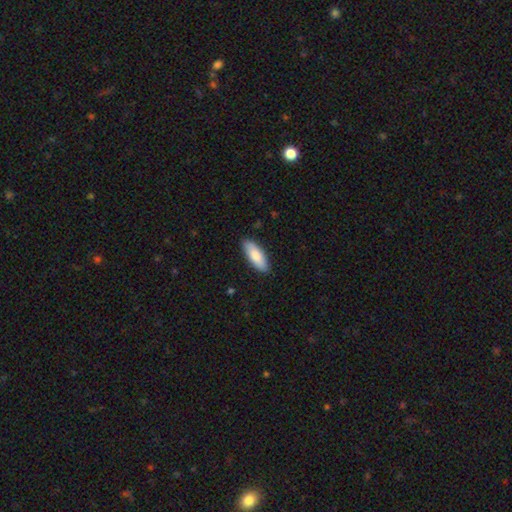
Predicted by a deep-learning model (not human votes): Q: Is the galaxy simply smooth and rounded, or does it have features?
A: smooth — 83%.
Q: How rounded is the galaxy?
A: in between — 69%.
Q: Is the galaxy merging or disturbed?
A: none — 88%.